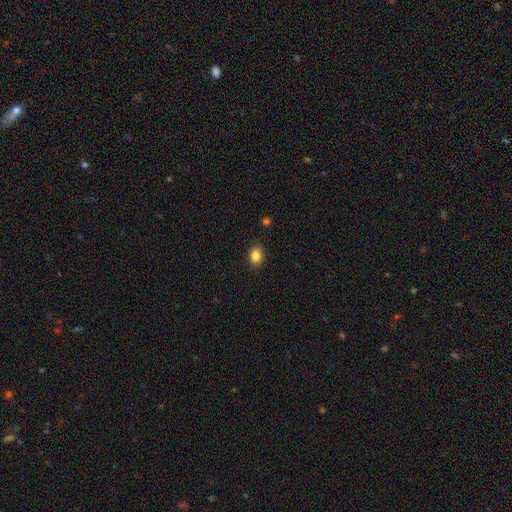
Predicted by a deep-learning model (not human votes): Smooth or featured? smooth (85%)
How rounded? in between (72%)
Merging? none (87%)